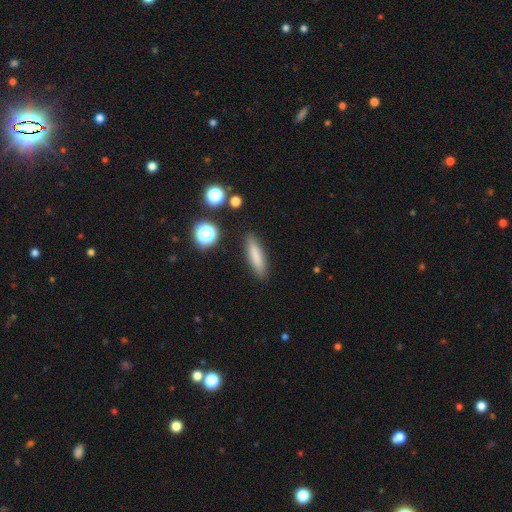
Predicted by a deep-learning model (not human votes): Q: Smooth or featured?
A: smooth (80%); runner-up: featured or disk (12%)
Q: How rounded?
A: cigar-shaped (74%); runner-up: in between (23%)
Q: Merging?
A: none (88%); runner-up: minor disturbance (8%)